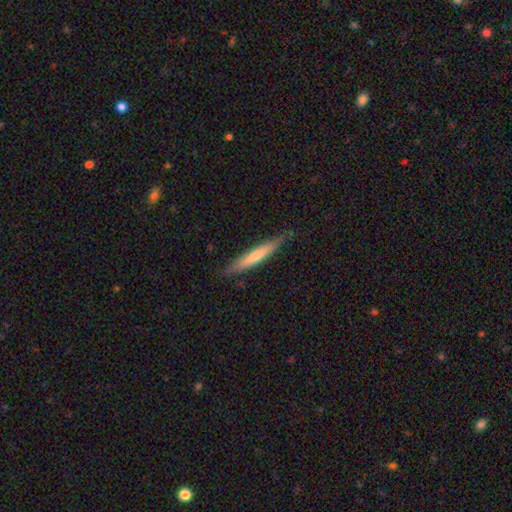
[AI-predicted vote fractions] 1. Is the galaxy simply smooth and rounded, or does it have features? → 57% smooth, 37% featured or disk, 6% star or artifact.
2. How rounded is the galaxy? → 94% cigar-shaped, 5% in between, 1% round.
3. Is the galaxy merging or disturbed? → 85% none, 12% minor disturbance, 2% major disturbance, 1% merger.